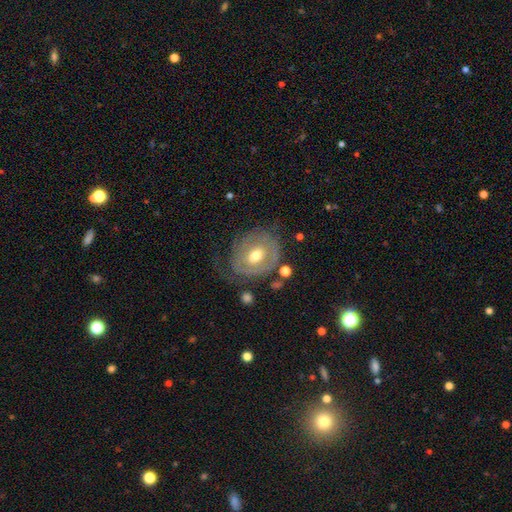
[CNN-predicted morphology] smooth-or-featured: featured or disk: 65% | smooth: 29% | star or artifact: 6%
  disk-edge-on: no: 95% | yes: 5%
    bar: no: 55% | weak: 34% | strong: 11%
    has-spiral-arms: yes: 56% | no: 44%
    bulge-size: moderate: 73% | small: 17% | large: 8% | dominant: 1% | none: 1%
  merging: none: 53% | minor disturbance: 24% | major disturbance: 20% | merger: 3%